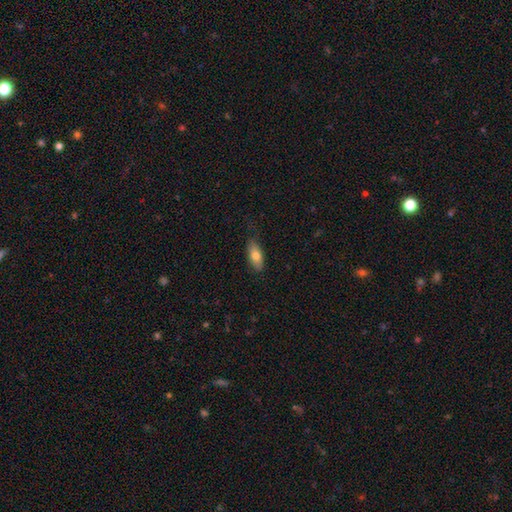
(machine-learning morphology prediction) type=smooth (73%); roundness=in between (80%); merging=none (77%).